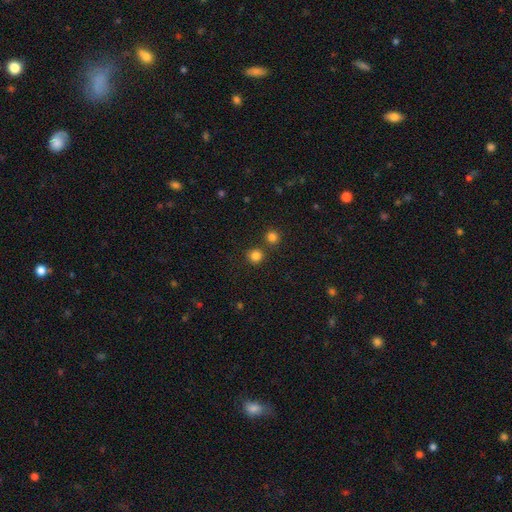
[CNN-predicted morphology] Smooth or featured? smooth (82%)
How rounded? round (92%)
Merging? none (79%)